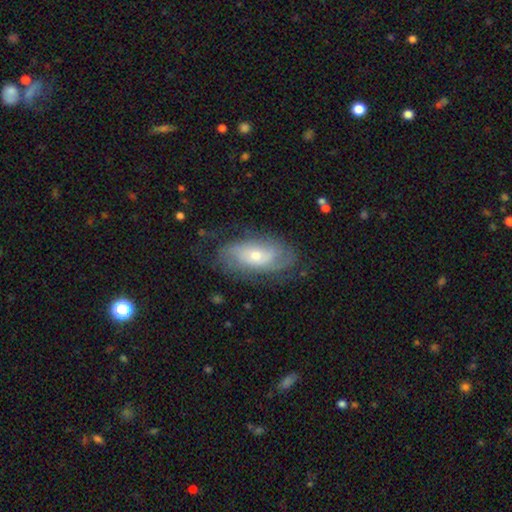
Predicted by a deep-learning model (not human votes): Smooth or featured? Predicted: featured or disk (p=0.62). Edge-on disk? Predicted: no (p=0.90). Bar? Predicted: no (p=0.71). Spiral arms? Predicted: yes (p=0.80). Bulge size? Predicted: small (p=0.48). Merging? Predicted: none (p=0.68).